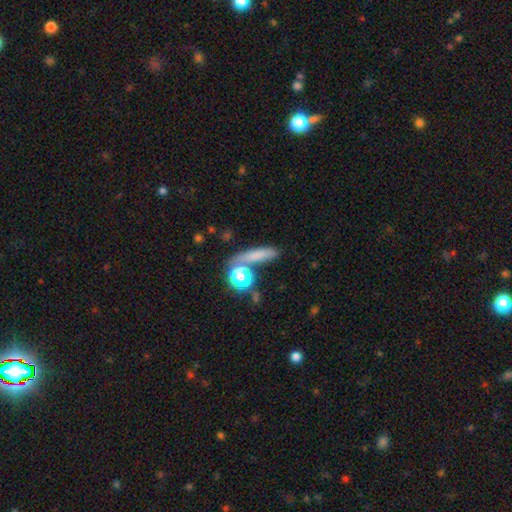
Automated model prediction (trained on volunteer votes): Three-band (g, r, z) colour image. It shows a smooth galaxy with no disk features (72%) that is cigar-shaped (62%). Merging: none (63%).